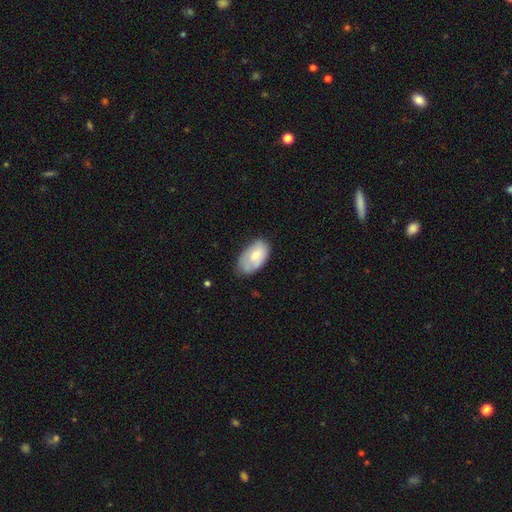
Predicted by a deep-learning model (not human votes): smooth 70%, featured or disk 24%, star or artifact 6%. Down the decision tree: how rounded — in between (93%); merging — none (56%).